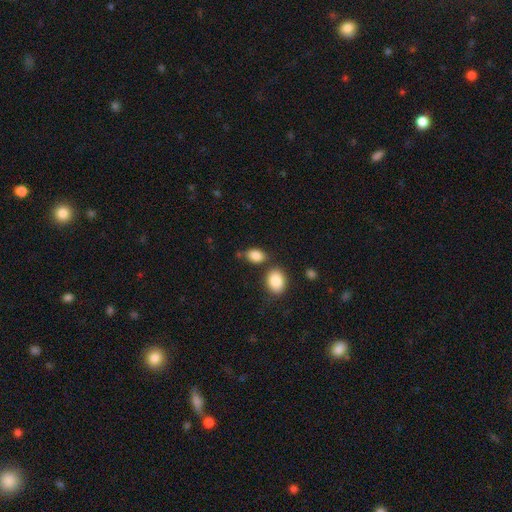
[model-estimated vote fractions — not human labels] Overall: smooth (87%). How rounded: in between (85%). Merging: none (66%).